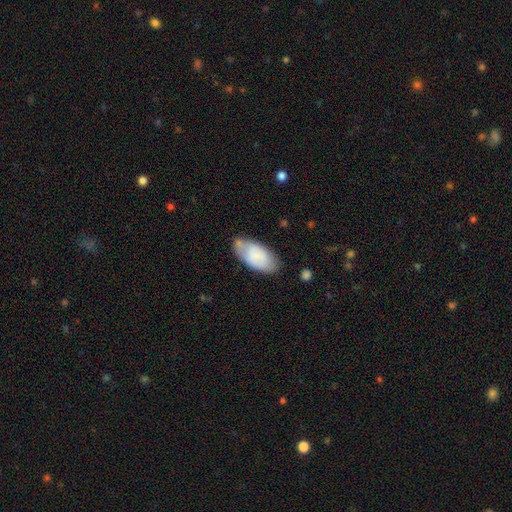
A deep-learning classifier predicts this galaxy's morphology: Smooth or featured?
  - smooth: 76% *
  - featured or disk: 18%
  - star or artifact: 6%
How rounded?
  - in between: 93% *
  - cigar-shaped: 5%
  - round: 2%
Merging?
  - none: 66% *
  - minor disturbance: 24%
  - major disturbance: 5%
  - merger: 5%